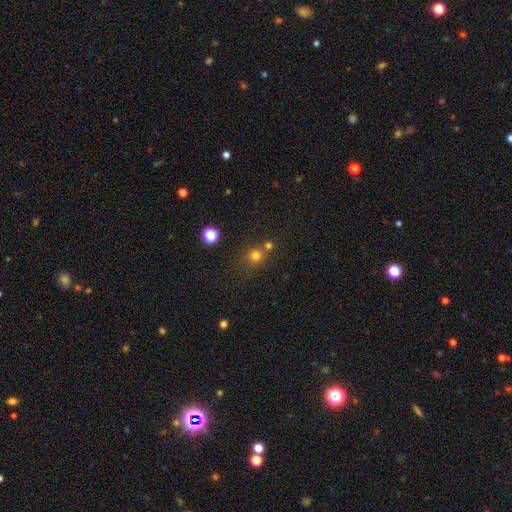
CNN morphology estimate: A smooth galaxy with no disk features (73%) that is round (88%). Merging: none (65%).